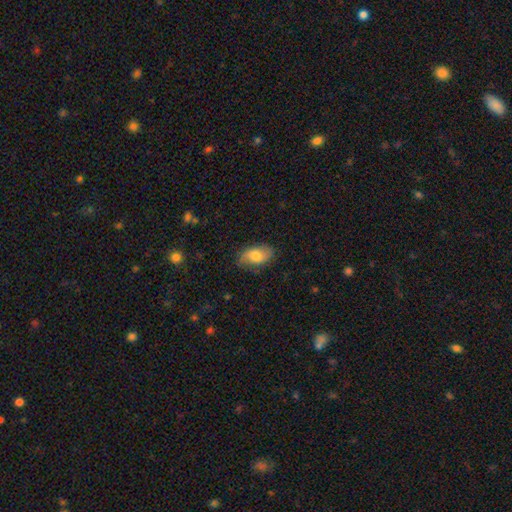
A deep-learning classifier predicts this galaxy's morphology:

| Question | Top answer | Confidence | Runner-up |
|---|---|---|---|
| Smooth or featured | smooth | 61% | featured or disk (32%) |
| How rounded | in between | 92% | round (6%) |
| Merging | none | 75% | minor disturbance (19%) |